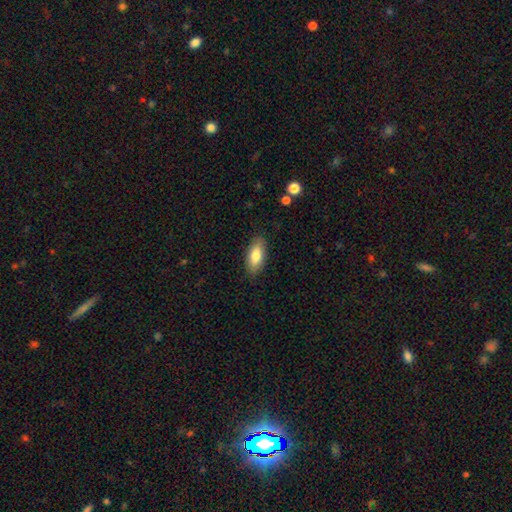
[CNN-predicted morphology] This appears to be a smooth galaxy with no disk features (80%) that is in between round and cigar-shaped (84%). Merging: none (86%).